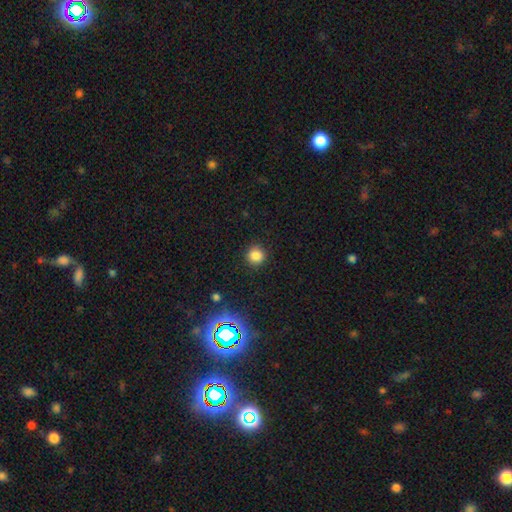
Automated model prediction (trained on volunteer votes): smooth_or_featured: smooth (p=0.82) [alt: star or artifact p=0.14]
how_rounded: round (p=0.93) [alt: in between p=0.06]
merging: none (p=0.90) [alt: minor disturbance p=0.07]